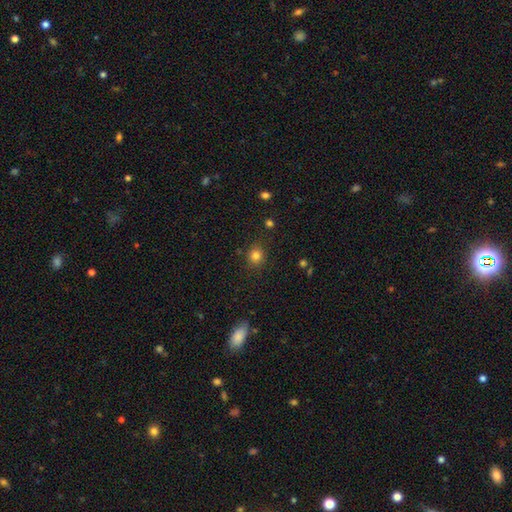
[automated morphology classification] Smooth or featured? Predicted: smooth (p=0.81). How rounded? Predicted: round (p=0.79). Merging? Predicted: none (p=0.83).